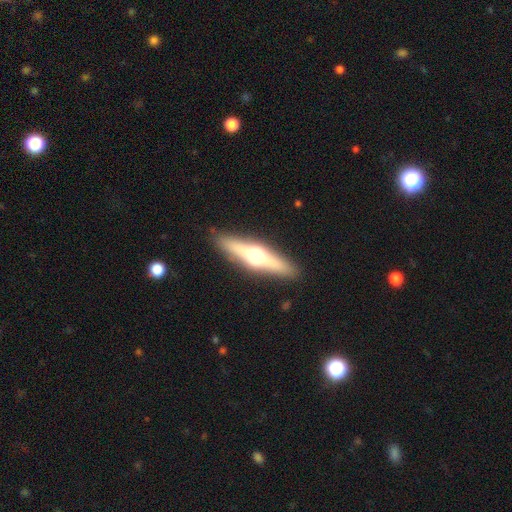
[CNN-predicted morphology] A featured or disk galaxy (61%) viewed edge-on (93%) with a rounded central bulge (95%). Merging: none (89%).